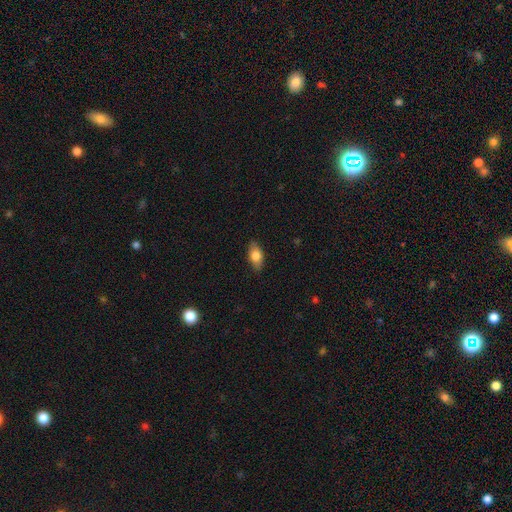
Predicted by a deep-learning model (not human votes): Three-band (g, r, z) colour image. It shows a smooth galaxy with no disk features (77%) that is in between round and cigar-shaped (87%). Merging: none (85%).